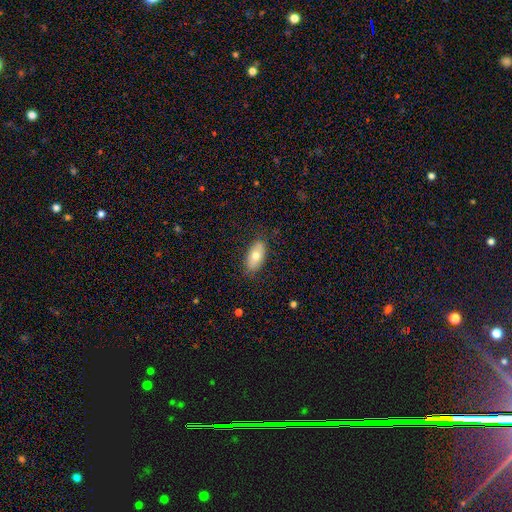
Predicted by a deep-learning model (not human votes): This appears to be a smooth galaxy with no disk features (73%) that is in between round and cigar-shaped (91%). Merging: none (81%).